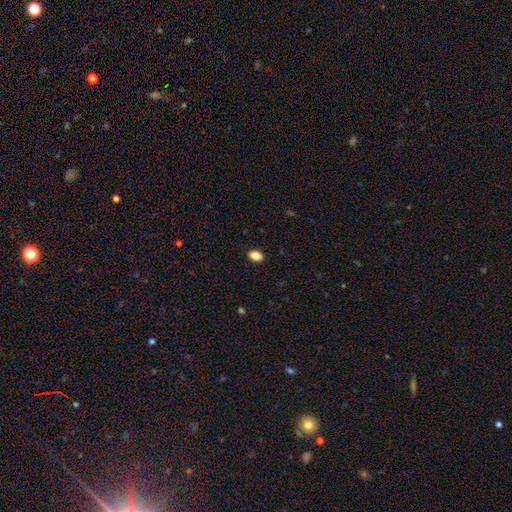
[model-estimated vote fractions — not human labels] Smooth or featured?
  - smooth: 86% *
  - star or artifact: 9%
  - featured or disk: 5%
How rounded?
  - in between: 81% *
  - round: 18%
  - cigar-shaped: 1%
Merging?
  - none: 90% *
  - minor disturbance: 7%
  - major disturbance: 2%
  - merger: 1%